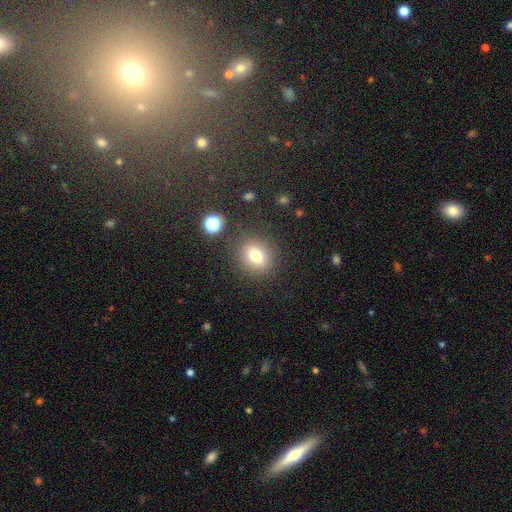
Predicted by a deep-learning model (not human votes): A smooth galaxy with no disk features (76%) that is round (61%). Merging: none (84%).